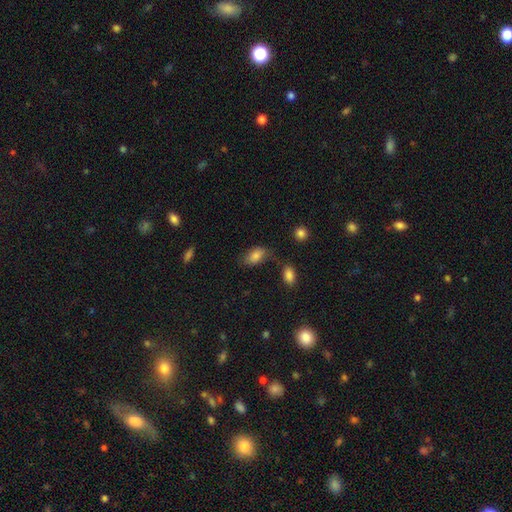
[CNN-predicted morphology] Smooth or featured? smooth (81%)
How rounded? in between (92%)
Merging? none (61%)